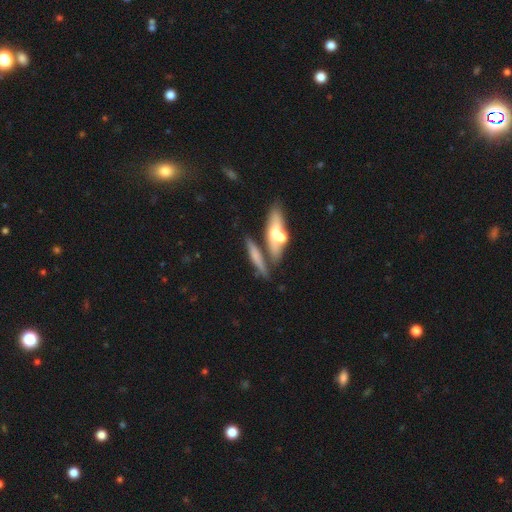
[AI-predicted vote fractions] This appears to be a smooth galaxy with no disk features (53%) that is cigar-shaped (77%). Merging: none (55%).